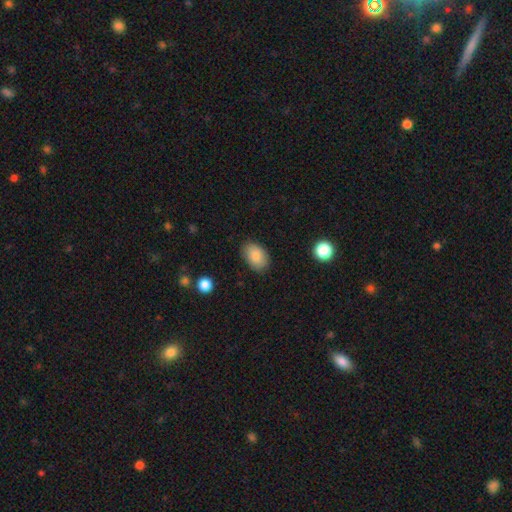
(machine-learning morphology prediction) Q: Smooth or featured?
A: smooth (86%); runner-up: star or artifact (7%)
Q: How rounded?
A: in between (88%); runner-up: round (11%)
Q: Merging?
A: none (83%); runner-up: minor disturbance (13%)